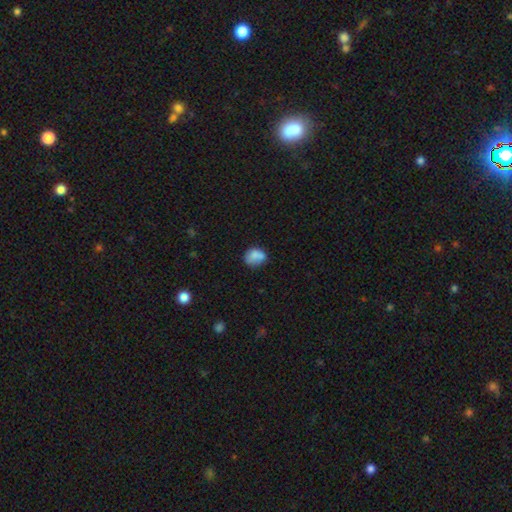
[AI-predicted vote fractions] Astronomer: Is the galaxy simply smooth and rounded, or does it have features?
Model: smooth — 79%.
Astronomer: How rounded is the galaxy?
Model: round — 57% (runner-up: in between, 42%).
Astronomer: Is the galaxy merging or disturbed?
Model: none — 54%.